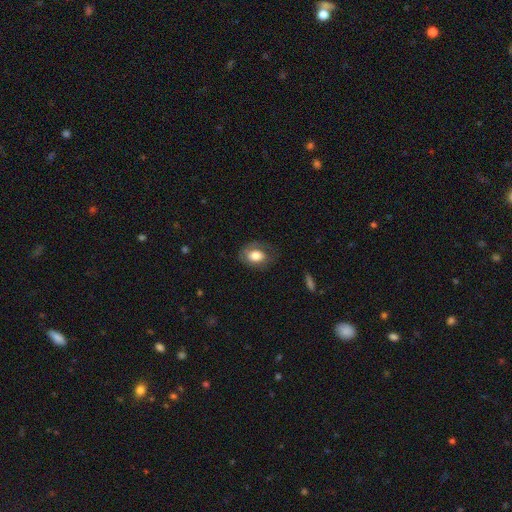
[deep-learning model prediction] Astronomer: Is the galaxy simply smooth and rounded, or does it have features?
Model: smooth — 68%.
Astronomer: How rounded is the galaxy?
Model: in between — 76%.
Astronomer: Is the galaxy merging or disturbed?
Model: none — 65%.